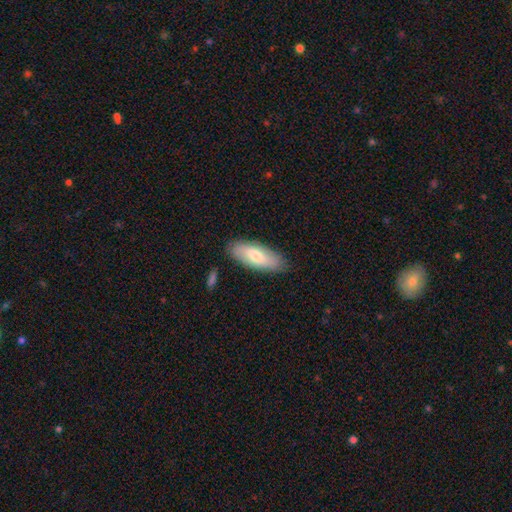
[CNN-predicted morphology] Q: Smooth or featured?
A: smooth (71%); runner-up: featured or disk (23%)
Q: How rounded?
A: in between (76%); runner-up: cigar-shaped (22%)
Q: Merging?
A: none (83%); runner-up: minor disturbance (12%)